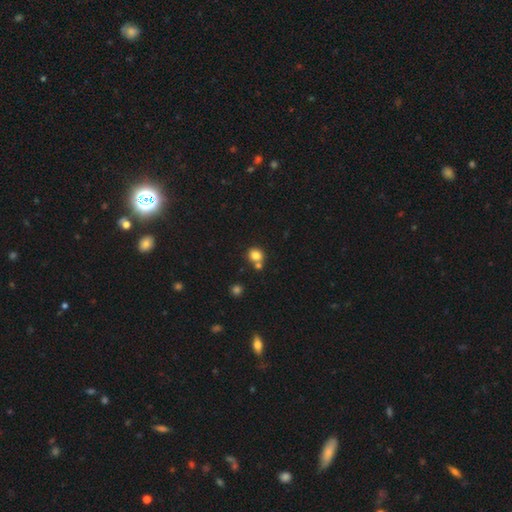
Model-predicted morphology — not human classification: A smooth galaxy with no disk features (81%) that is round (79%). Merging: none (58%).